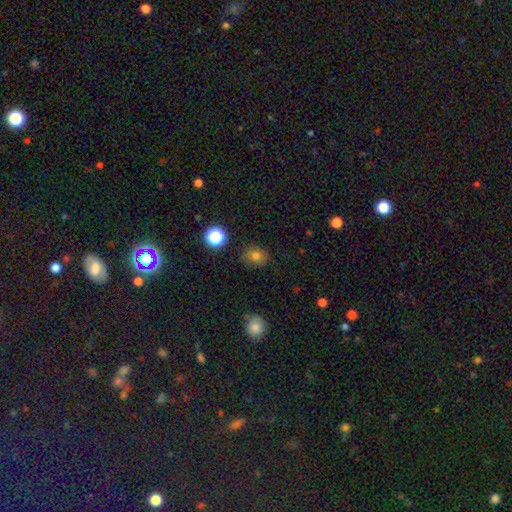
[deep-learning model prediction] Smooth or featured? Predicted: smooth (p=0.75). How rounded? Predicted: round (p=0.67). Merging? Predicted: none (p=0.80).